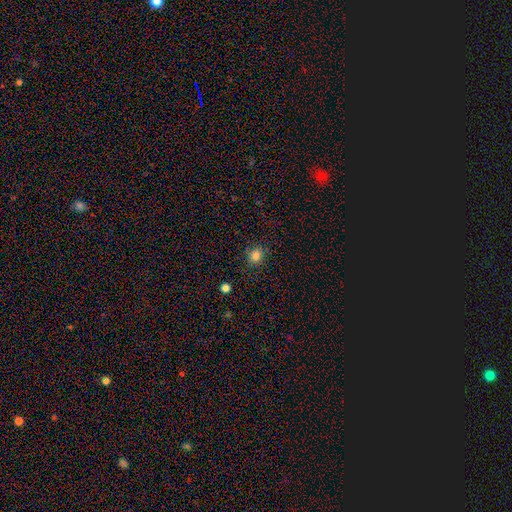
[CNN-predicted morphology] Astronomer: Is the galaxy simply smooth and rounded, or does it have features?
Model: smooth — 83%.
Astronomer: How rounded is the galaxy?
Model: round — 68%.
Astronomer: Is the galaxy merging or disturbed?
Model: none — 86%.